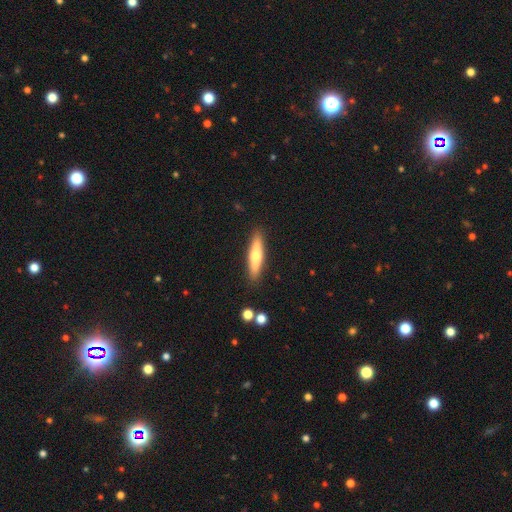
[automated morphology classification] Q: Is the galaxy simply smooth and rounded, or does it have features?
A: smooth — 56%.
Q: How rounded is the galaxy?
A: cigar-shaped — 82%.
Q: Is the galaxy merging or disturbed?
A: none — 89%.